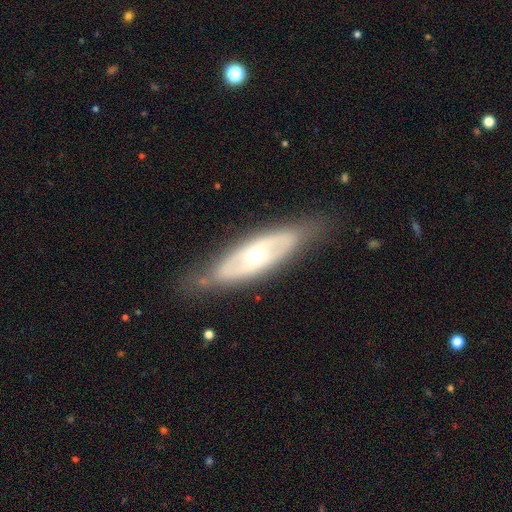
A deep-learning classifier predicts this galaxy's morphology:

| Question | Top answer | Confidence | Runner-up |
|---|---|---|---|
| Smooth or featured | featured or disk | 65% | smooth (29%) |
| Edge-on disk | no | 74% | yes (26%) |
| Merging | none | 76% | minor disturbance (17%) |